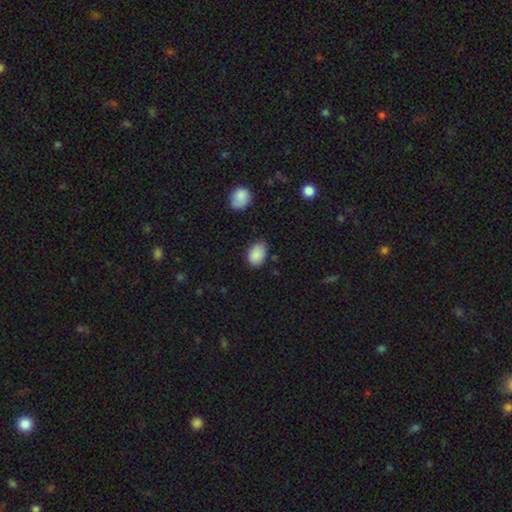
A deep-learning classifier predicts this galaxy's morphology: Smooth or featured?
  - smooth: 88% *
  - star or artifact: 8%
  - featured or disk: 5%
How rounded?
  - in between: 83% *
  - round: 16%
  - cigar-shaped: 1%
Merging?
  - none: 69% *
  - minor disturbance: 25%
  - major disturbance: 4%
  - merger: 2%